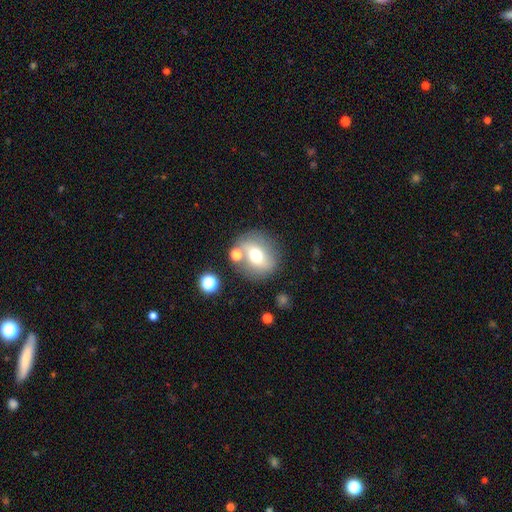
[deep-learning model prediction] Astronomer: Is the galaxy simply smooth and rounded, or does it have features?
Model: smooth — 59%.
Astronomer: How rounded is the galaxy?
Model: round — 75%.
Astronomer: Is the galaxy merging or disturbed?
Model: none — 71%.